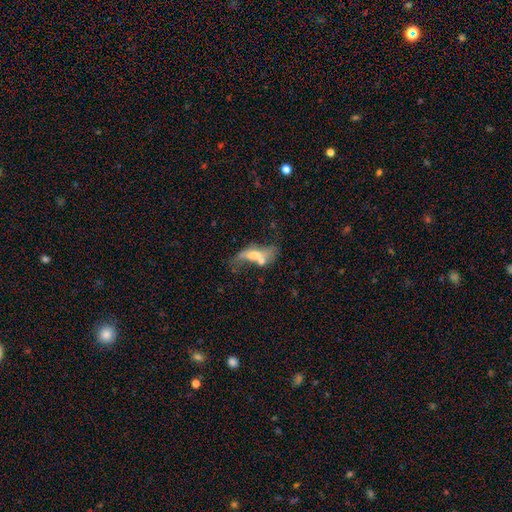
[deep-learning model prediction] Smooth or featured?
  - featured or disk: 49% *
  - smooth: 42%
  - star or artifact: 9%
Merging?
  - merger: 40% *
  - none: 23%
  - major disturbance: 21%
  - minor disturbance: 16%